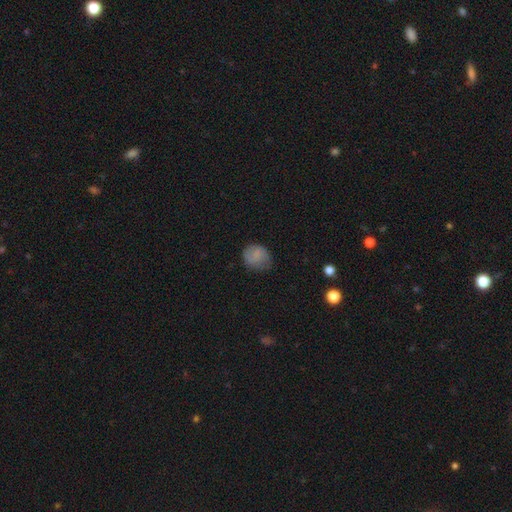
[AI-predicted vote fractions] smooth-or-featured: smooth: 70% | featured or disk: 21% | star or artifact: 9%
  how-rounded: round: 67% | in between: 32% | cigar-shaped: 1%
  merging: none: 61% | minor disturbance: 29% | major disturbance: 9% | merger: 1%